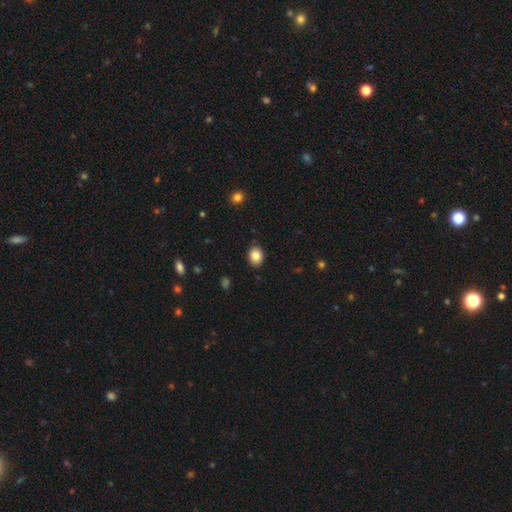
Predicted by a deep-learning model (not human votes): Overall: smooth (85%). How rounded: in between (59%; round 41%). Merging: none (88%).